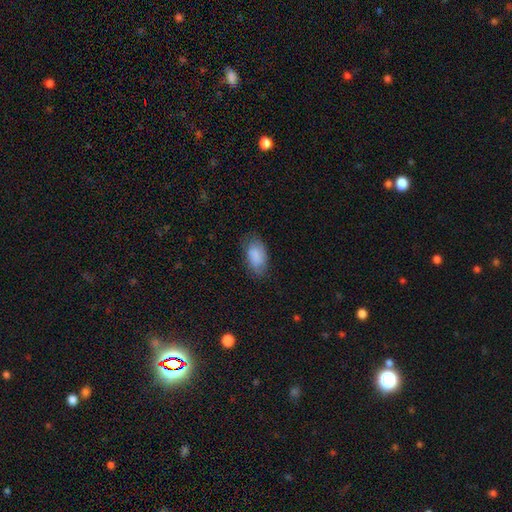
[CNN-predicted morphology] smooth_or_featured: smooth (p=0.84) [alt: featured or disk p=0.09]
how_rounded: in between (p=0.94) [alt: round p=0.04]
merging: none (p=0.71) [alt: minor disturbance p=0.22]